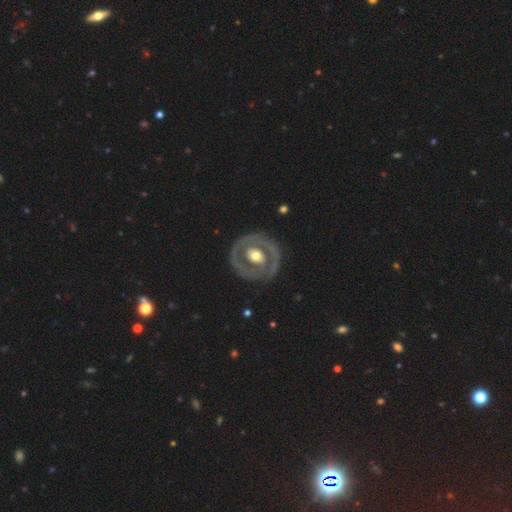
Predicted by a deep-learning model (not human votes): Smooth or featured: featured or disk — 71% (smooth — 25%)
Edge-on disk: no — 96% (yes — 4%)
Bar: no — 69% (weak — 20%)
Spiral arms: no — 69% (yes — 31%)
Bulge size: moderate — 66% (large — 24%)
Merging: none — 77% (minor disturbance — 14%)